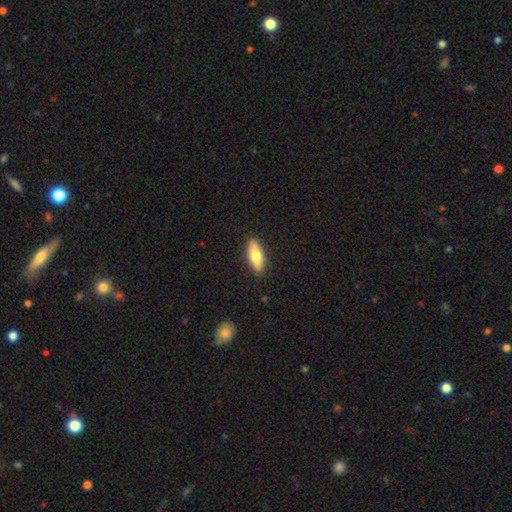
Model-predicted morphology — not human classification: A smooth galaxy with no disk features (69%) that is in between round and cigar-shaped (62%).

Vote fractions:
- Smooth or featured? smooth: 69% / featured or disk: 25% / star or artifact: 6%
- How rounded? in between: 62% / cigar-shaped: 35% / round: 3%
- Merging? none: 89% / minor disturbance: 9% / major disturbance: 2% / merger: 1%